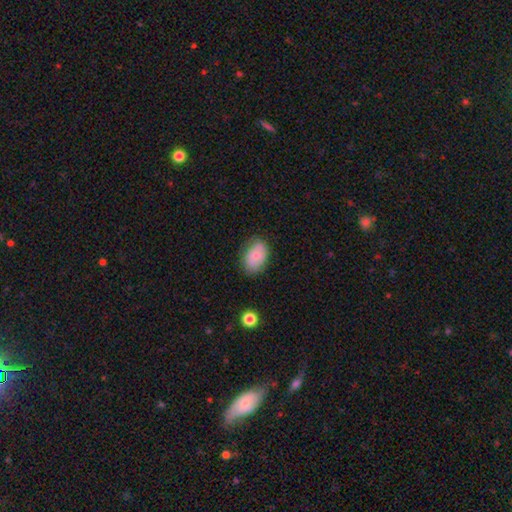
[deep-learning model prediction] A smooth galaxy with no disk features (67%) that is in between round and cigar-shaped (85%).

Vote fractions:
- Smooth or featured? smooth: 67% / featured or disk: 26% / star or artifact: 8%
- How rounded? in between: 85% / round: 14% / cigar-shaped: 1%
- Merging? none: 70% / minor disturbance: 22% / major disturbance: 6% / merger: 3%